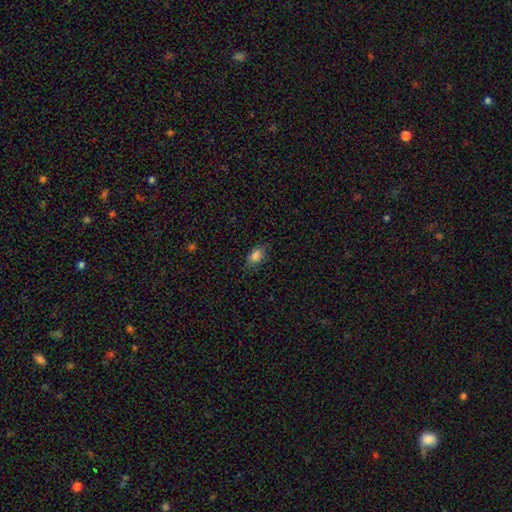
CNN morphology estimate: A smooth galaxy with no disk features (85%) that is in between round and cigar-shaped (87%).

Vote fractions:
- Smooth or featured? smooth: 85% / star or artifact: 10% / featured or disk: 5%
- How rounded? in between: 87% / round: 11% / cigar-shaped: 2%
- Merging? none: 78% / minor disturbance: 17% / major disturbance: 4% / merger: 1%